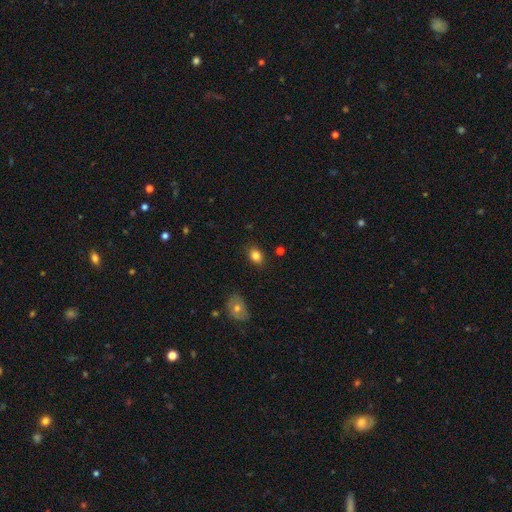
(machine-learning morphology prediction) Q: Smooth or featured?
A: smooth (83%); runner-up: star or artifact (10%)
Q: How rounded?
A: in between (65%); runner-up: round (33%)
Q: Merging?
A: none (84%); runner-up: minor disturbance (12%)